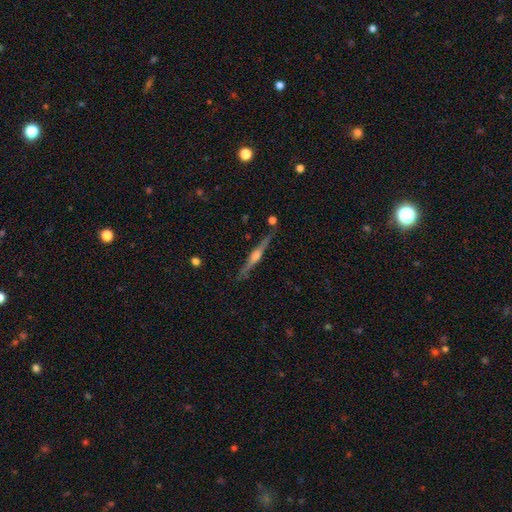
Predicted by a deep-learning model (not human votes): Q: Smooth or featured?
A: featured or disk (80%); runner-up: smooth (14%)
Q: Edge-on disk?
A: yes (98%); runner-up: no (2%)
Q: Edge-on bulge?
A: rounded (84%); runner-up: boxy (11%)
Q: Merging?
A: none (87%); runner-up: minor disturbance (9%)